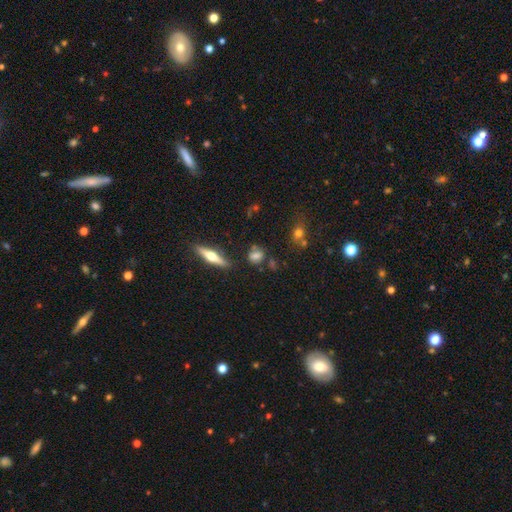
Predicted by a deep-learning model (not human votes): smooth 63%, featured or disk 22%, star or artifact 15%. Down the decision tree: how rounded — in between (50%); merging — none (67%).